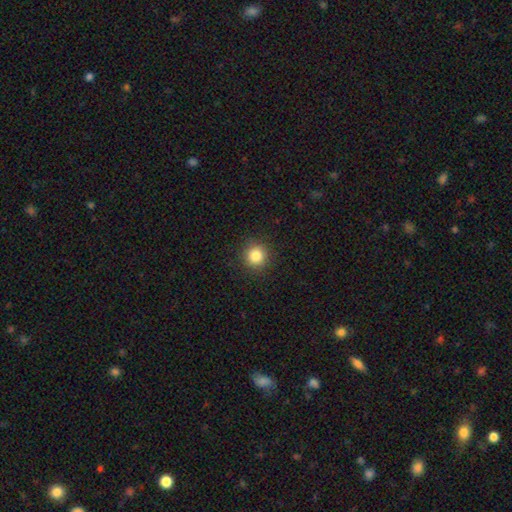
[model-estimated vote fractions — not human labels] Smooth or featured?
  - smooth: 83% *
  - star or artifact: 12%
  - featured or disk: 5%
How rounded?
  - round: 93% *
  - in between: 6%
  - cigar-shaped: 1%
Merging?
  - none: 91% *
  - minor disturbance: 6%
  - major disturbance: 2%
  - merger: 1%